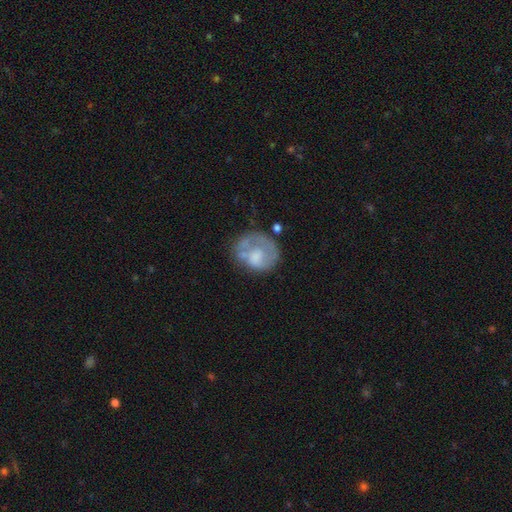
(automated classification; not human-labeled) This is possibly a featured or disk galaxy (50%). Merging: possibly none (46%).